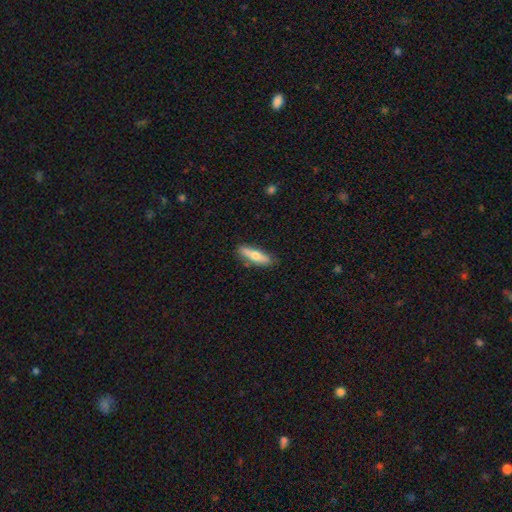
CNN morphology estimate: smooth-or-featured: smooth: 63% | featured or disk: 31% | star or artifact: 6%
  how-rounded: cigar-shaped: 61% | in between: 37% | round: 2%
  merging: none: 81% | minor disturbance: 13% | merger: 3% | major disturbance: 3%